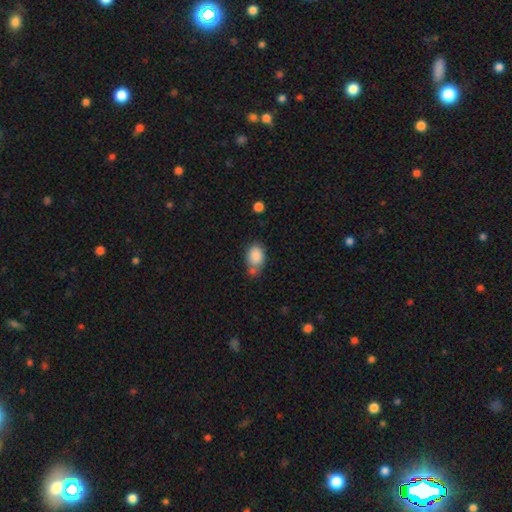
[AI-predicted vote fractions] Q: Smooth or featured?
A: smooth (86%); runner-up: star or artifact (8%)
Q: How rounded?
A: in between (76%); runner-up: round (23%)
Q: Merging?
A: none (47%); runner-up: merger (23%)